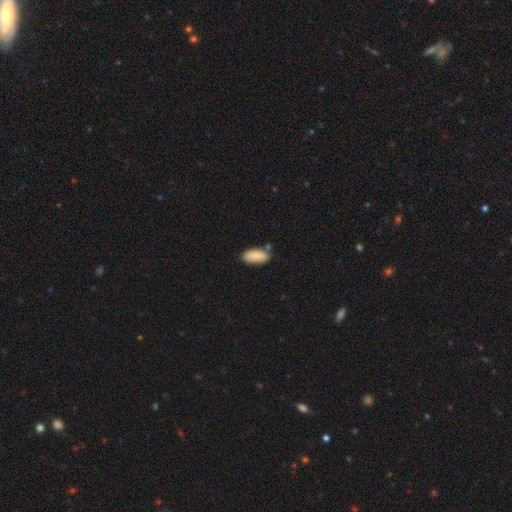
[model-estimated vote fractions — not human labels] smooth 85%, featured or disk 9%, star or artifact 7%. Down the decision tree: how rounded — in between (89%); merging — none (71%).